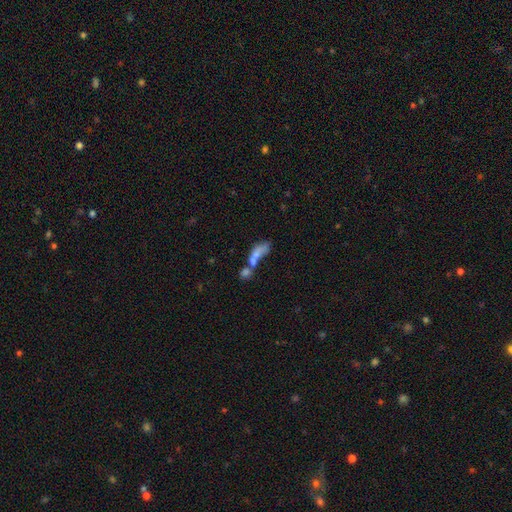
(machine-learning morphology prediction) This is likely a smooth galaxy (60%). How rounded: likely in between (68%). Merging: possibly merger (59%).